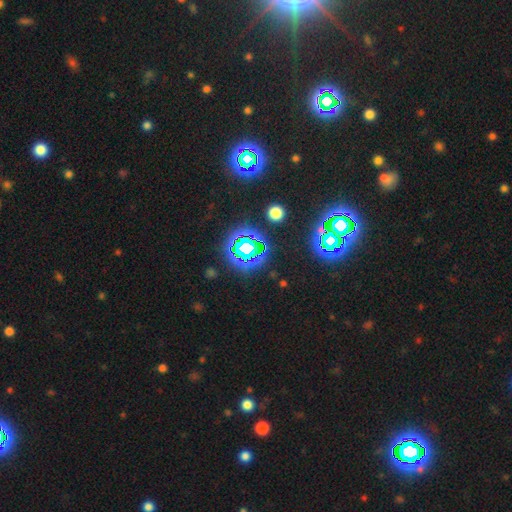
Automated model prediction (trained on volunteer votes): Smooth or featured: star or artifact — 80% (smooth — 14%)